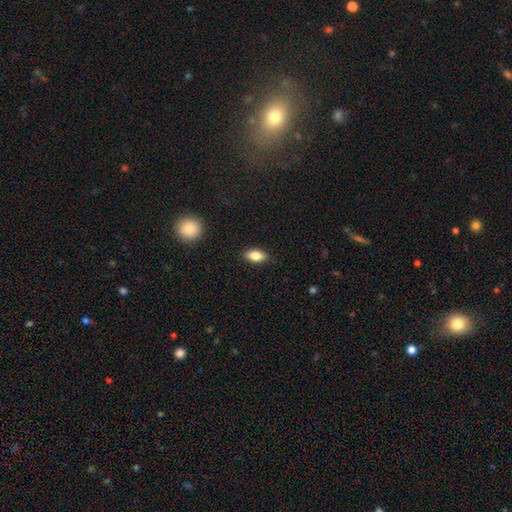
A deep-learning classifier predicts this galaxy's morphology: smooth-or-featured: smooth: 82% | featured or disk: 10% | star or artifact: 8%
  how-rounded: in between: 89% | cigar-shaped: 6% | round: 5%
  merging: none: 87% | minor disturbance: 10% | major disturbance: 2% | merger: 1%